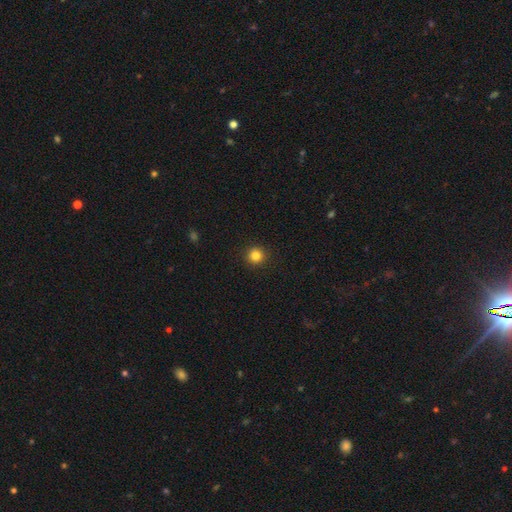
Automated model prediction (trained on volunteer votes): Smooth or featured: smooth — 83% (star or artifact — 12%)
How rounded: round — 94% (in between — 5%)
Merging: none — 93% (minor disturbance — 5%)